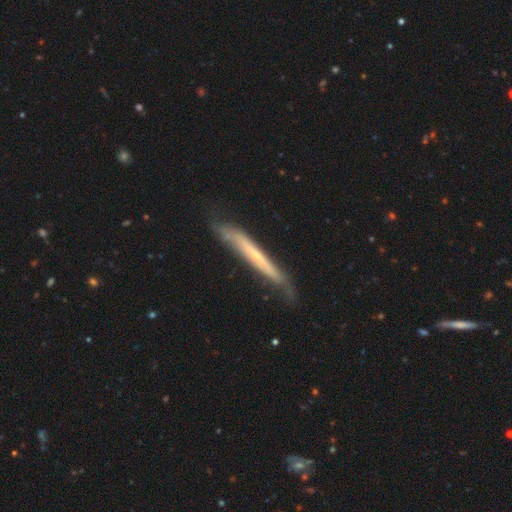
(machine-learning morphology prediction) A featured or disk galaxy (67%) viewed edge-on (85%) with no central bulge (49%).

Vote fractions:
- Smooth or featured? featured or disk: 67% / smooth: 28% / star or artifact: 6%
- Edge-on disk? yes: 85% / no: 15%
- Edge-on bulge? none: 49% / rounded: 47% / boxy: 4%
- Merging? none: 67% / minor disturbance: 25% / major disturbance: 6% / merger: 2%